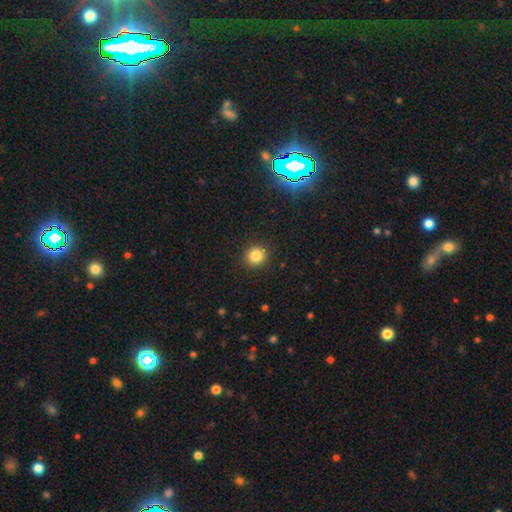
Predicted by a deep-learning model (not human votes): This is clearly a smooth galaxy (83%). How rounded: clearly round (89%). Merging: clearly none (91%).